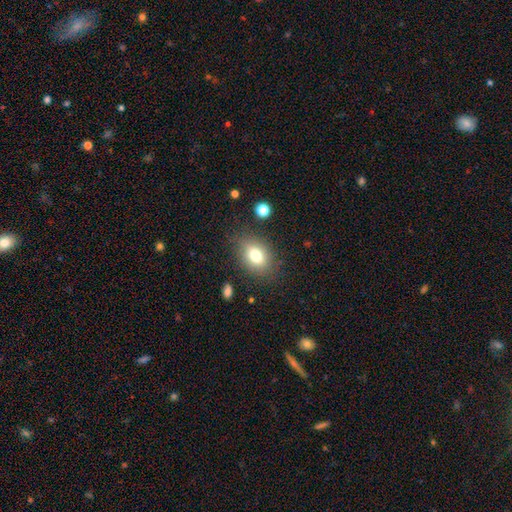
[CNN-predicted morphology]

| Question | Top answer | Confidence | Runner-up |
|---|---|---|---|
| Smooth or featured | smooth | 77% | featured or disk (13%) |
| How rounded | in between | 75% | round (23%) |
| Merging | none | 81% | minor disturbance (13%) |